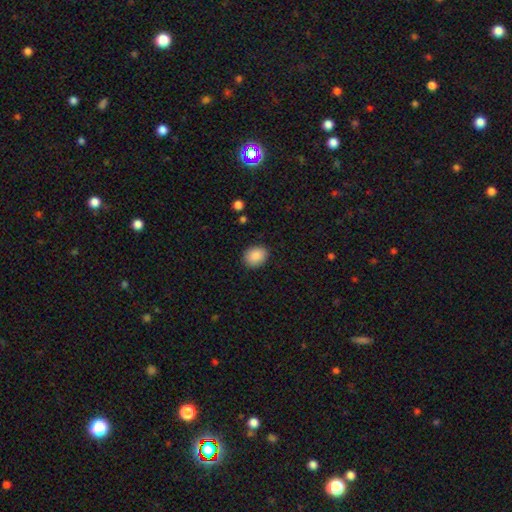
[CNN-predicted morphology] type=smooth (89%); roundness=round (50%); merging=none (88%).